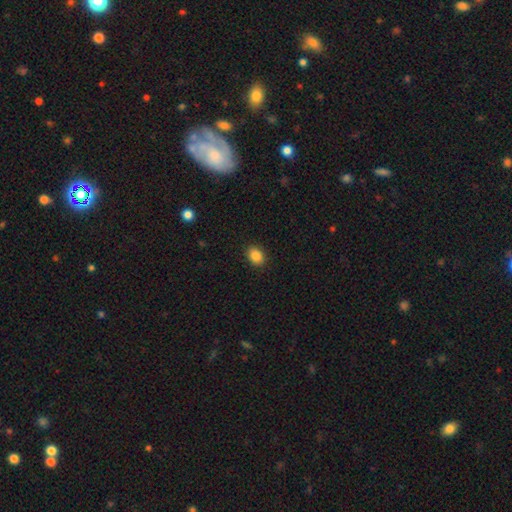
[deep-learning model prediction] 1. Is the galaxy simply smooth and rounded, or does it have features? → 87% smooth, 9% star or artifact, 4% featured or disk.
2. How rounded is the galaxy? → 57% in between, 42% round, 1% cigar-shaped.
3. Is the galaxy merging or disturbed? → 90% none, 7% minor disturbance, 2% major disturbance, 1% merger.